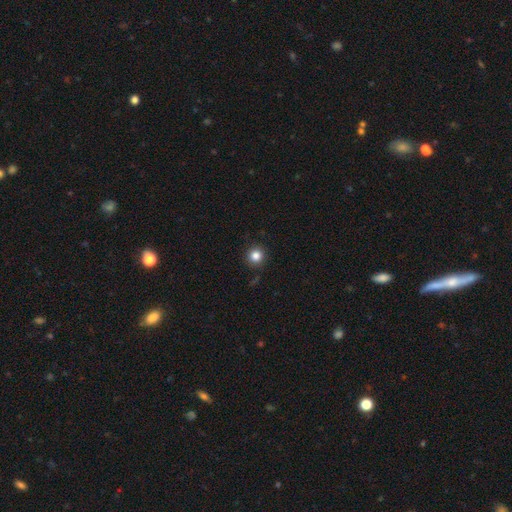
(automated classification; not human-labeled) Morphology: type=smooth (84%); roundness=round (94%); merging=none (91%).